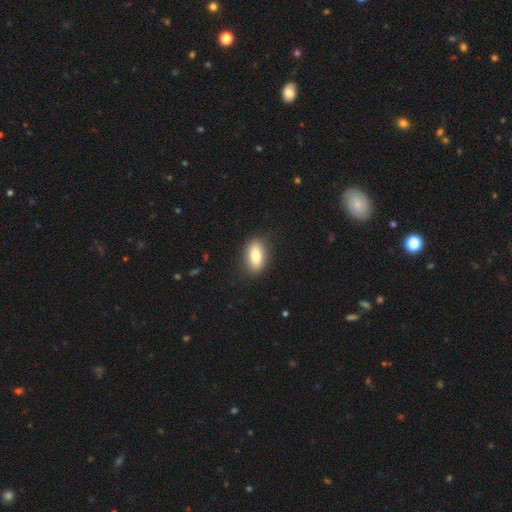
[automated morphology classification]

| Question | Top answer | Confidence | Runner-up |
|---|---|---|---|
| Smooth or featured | smooth | 78% | featured or disk (15%) |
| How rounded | in between | 86% | round (8%) |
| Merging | none | 87% | minor disturbance (10%) |